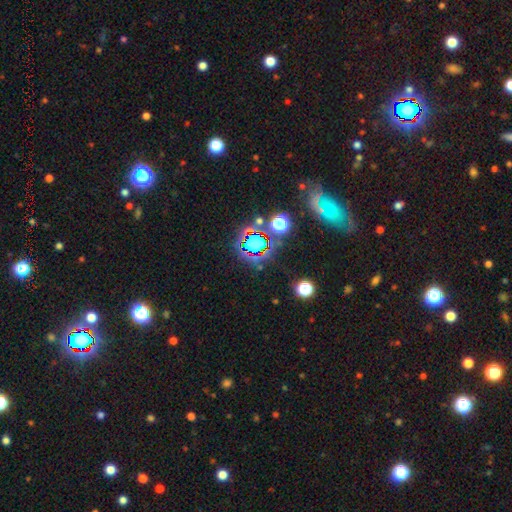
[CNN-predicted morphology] Overall: star or artifact (68%).